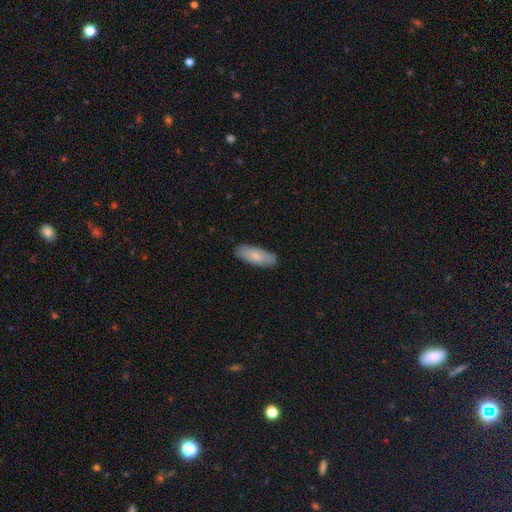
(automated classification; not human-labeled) smooth 79%, featured or disk 15%, star or artifact 6%. Down the decision tree: how rounded — in between (75%); merging — none (84%).